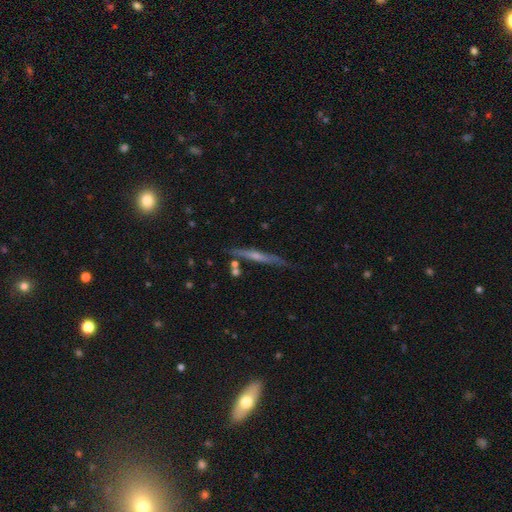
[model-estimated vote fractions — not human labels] Smooth or featured: featured or disk — 65% (smooth — 27%)
Edge-on disk: yes — 96% (no — 4%)
Edge-on bulge: rounded — 56% (none — 37%)
Merging: none — 80% (minor disturbance — 13%)